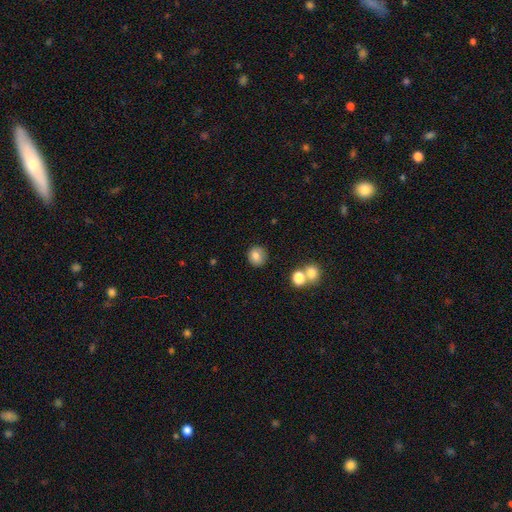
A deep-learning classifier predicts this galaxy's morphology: The model was most divided on "smooth or featured": smooth: 81%, star or artifact: 11%, featured or disk: 9%. More confident: how rounded — round (87%); merging — none (85%).